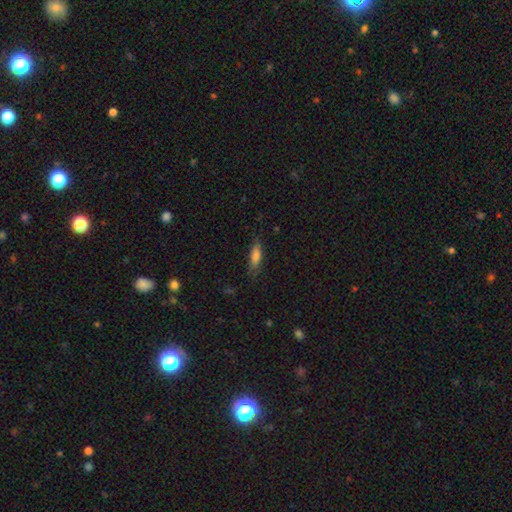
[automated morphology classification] A smooth galaxy with no disk features (77%) that is cigar-shaped (52%).

Vote fractions:
- Smooth or featured? smooth: 77% / featured or disk: 15% / star or artifact: 8%
- How rounded? cigar-shaped: 52% / in between: 46% / round: 2%
- Merging? none: 76% / minor disturbance: 18% / major disturbance: 5% / merger: 1%